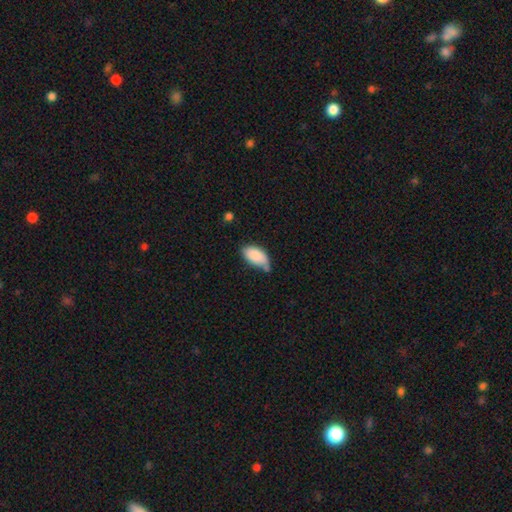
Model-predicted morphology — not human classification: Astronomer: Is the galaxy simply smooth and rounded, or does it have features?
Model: smooth — 87%.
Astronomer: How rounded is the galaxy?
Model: in between — 94%.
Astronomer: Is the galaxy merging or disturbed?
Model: none — 50% (runner-up: minor disturbance, 33%).